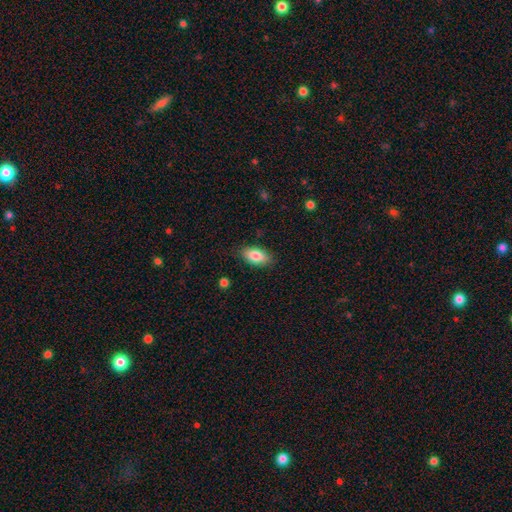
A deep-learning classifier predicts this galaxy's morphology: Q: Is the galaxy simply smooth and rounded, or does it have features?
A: smooth — 83%.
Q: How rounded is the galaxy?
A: in between — 90%.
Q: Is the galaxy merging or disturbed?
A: none — 85%.